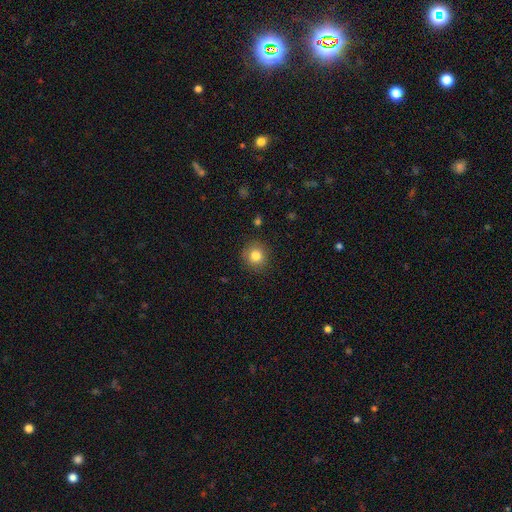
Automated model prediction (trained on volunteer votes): A smooth galaxy with no disk features (82%) that is round (90%). Merging: none (89%).